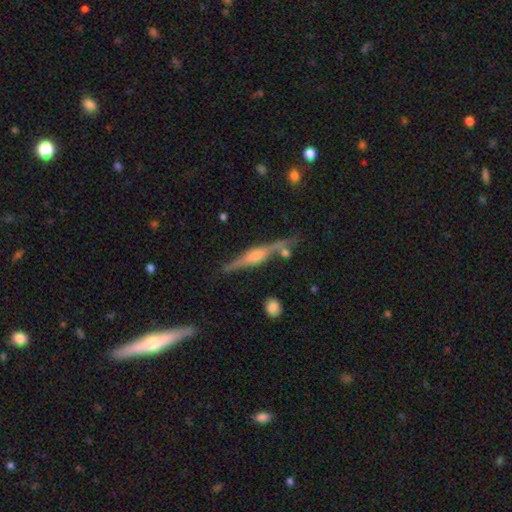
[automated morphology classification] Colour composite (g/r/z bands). It shows a featured or disk galaxy (77%) viewed edge-on (96%) with a rounded central bulge (70%). Merging: none (76%).